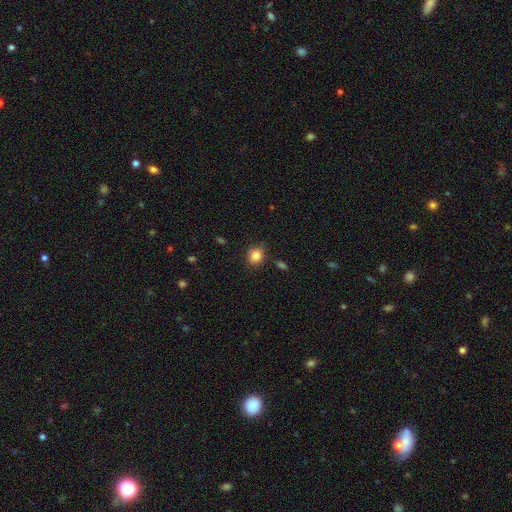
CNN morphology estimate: Smooth or featured?
  - smooth: 85% *
  - star or artifact: 10%
  - featured or disk: 5%
How rounded?
  - round: 67% *
  - in between: 32%
  - cigar-shaped: 1%
Merging?
  - none: 84% *
  - minor disturbance: 11%
  - major disturbance: 3%
  - merger: 2%